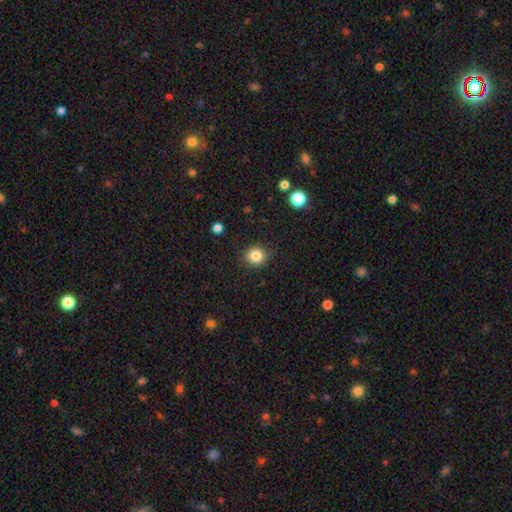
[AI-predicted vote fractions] A smooth galaxy with no disk features (84%) that is round (88%). Merging: none (89%).